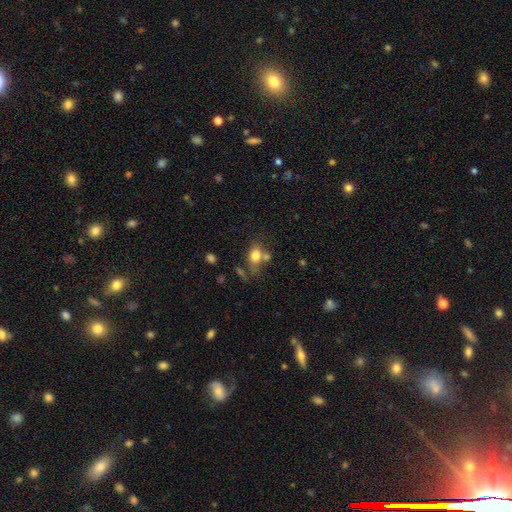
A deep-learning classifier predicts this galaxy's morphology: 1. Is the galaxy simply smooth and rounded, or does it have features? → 77% smooth, 13% featured or disk, 10% star or artifact.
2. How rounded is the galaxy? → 60% in between, 38% round, 2% cigar-shaped.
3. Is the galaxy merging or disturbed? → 48% none, 24% merger, 18% minor disturbance, 9% major disturbance.